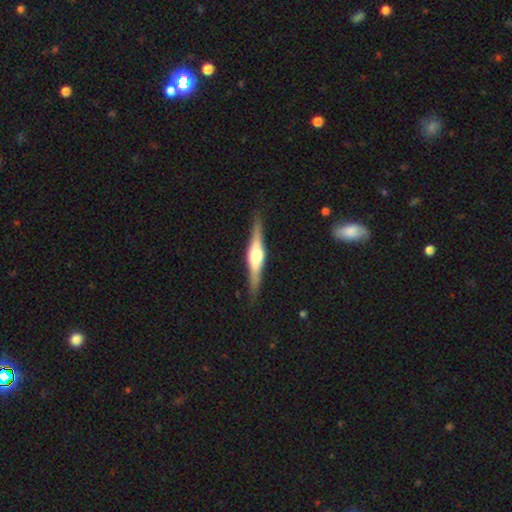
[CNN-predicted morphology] Smooth or featured? Predicted: featured or disk (p=0.76). Edge-on disk? Predicted: yes (p=0.98). Edge-on bulge? Predicted: rounded (p=0.89). Merging? Predicted: none (p=0.88).